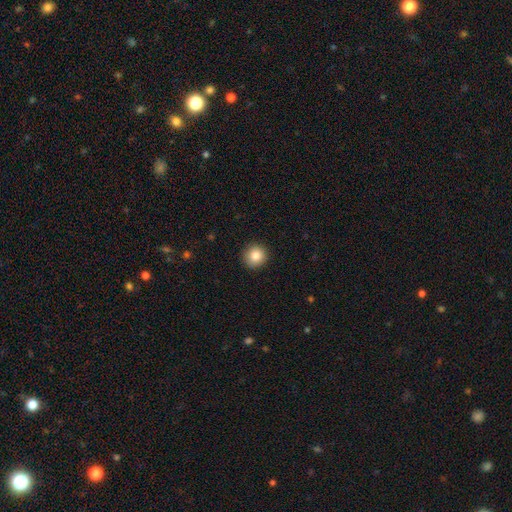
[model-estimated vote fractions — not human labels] This appears to be a smooth galaxy with no disk features (84%) that is round (94%). Merging: none (92%).